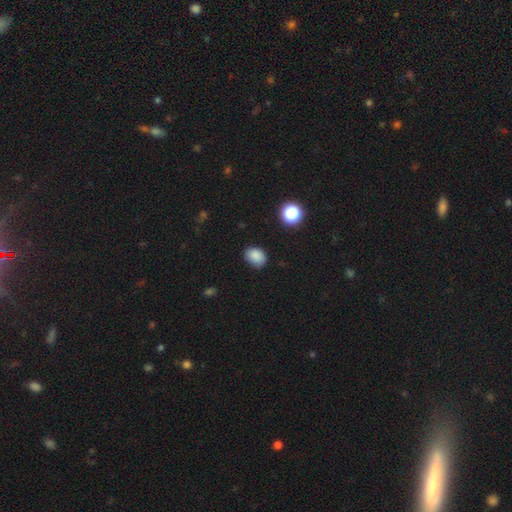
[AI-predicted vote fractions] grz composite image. It shows a smooth galaxy with no disk features (85%) that is in between round and cigar-shaped (65%). Merging: none (74%).